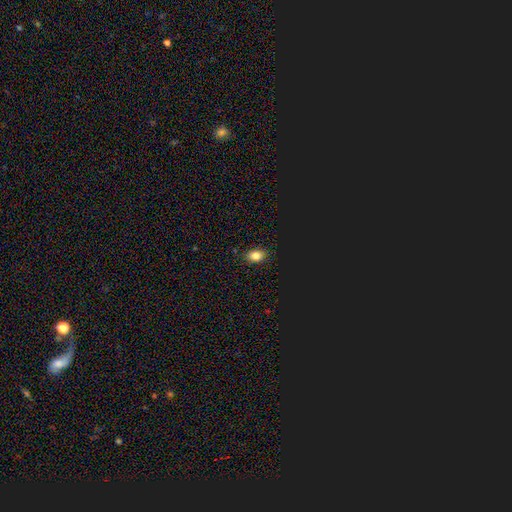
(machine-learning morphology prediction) Smooth or featured?
  - smooth: 80% *
  - star or artifact: 14%
  - featured or disk: 6%
How rounded?
  - in between: 75% *
  - round: 23%
  - cigar-shaped: 1%
Merging?
  - none: 86% *
  - minor disturbance: 10%
  - major disturbance: 2%
  - merger: 1%